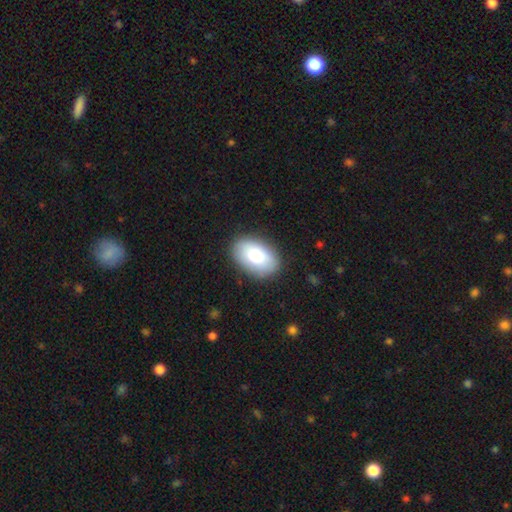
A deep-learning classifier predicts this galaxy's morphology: Smooth or featured? Predicted: smooth (p=0.82). How rounded? Predicted: in between (p=0.92). Merging? Predicted: none (p=0.86).